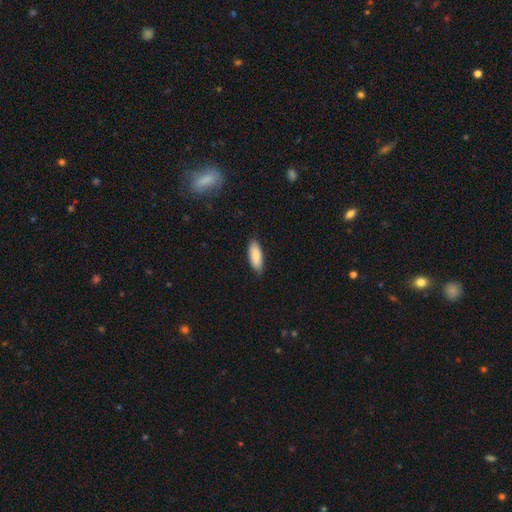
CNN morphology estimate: A smooth galaxy with no disk features (86%) that is in between round and cigar-shaped (75%). Merging: none (84%).